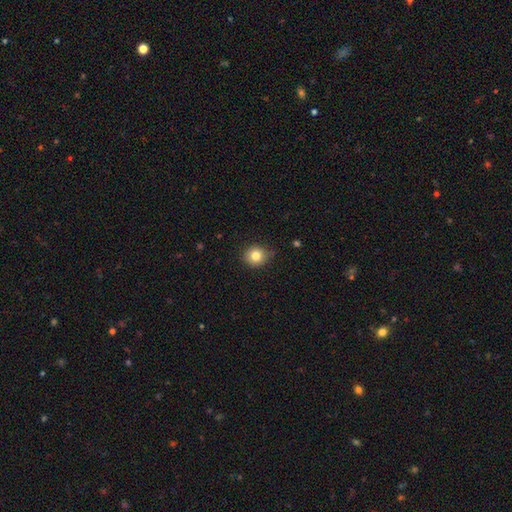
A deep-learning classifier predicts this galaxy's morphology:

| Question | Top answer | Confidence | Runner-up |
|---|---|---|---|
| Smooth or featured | smooth | 81% | star or artifact (11%) |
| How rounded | round | 90% | in between (9%) |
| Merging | none | 84% | minor disturbance (13%) |